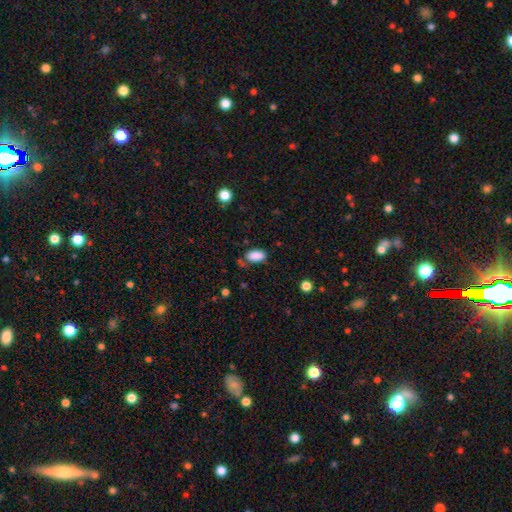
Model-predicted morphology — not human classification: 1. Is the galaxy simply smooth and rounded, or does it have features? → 87% smooth, 8% star or artifact, 4% featured or disk.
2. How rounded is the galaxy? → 93% in between, 5% round, 2% cigar-shaped.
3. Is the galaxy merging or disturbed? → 70% none, 20% minor disturbance, 6% major disturbance, 5% merger.